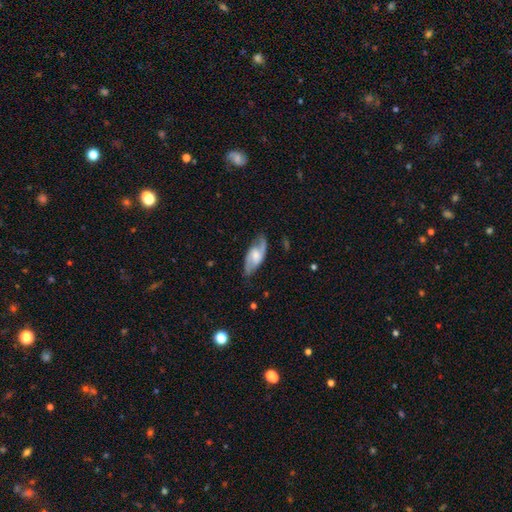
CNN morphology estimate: Smooth or featured?
  - featured or disk: 75% *
  - smooth: 19%
  - star or artifact: 6%
Edge-on disk?
  - no: 92% *
  - yes: 8%
Bar?
  - no: 44% * (tied)
  - weak: 44% * (tied)
  - strong: 12%
Spiral arms?
  - yes: 93% *
  - no: 7%
Spiral winding?
  - medium: 48% *
  - loose: 32%
  - tight: 20%
Spiral arm count?
  - 2: 88% *
  - can't tell: 6%
  - 1: 2%
  - 3: 2%
  - 4: 1%
  - more than 4: 1%
Bulge size?
  - moderate: 44% *
  - small: 37%
  - none: 9%
  - large: 8%
  - dominant: 1%
Merging?
  - none: 75% *
  - minor disturbance: 18%
  - major disturbance: 6%
  - merger: 1%